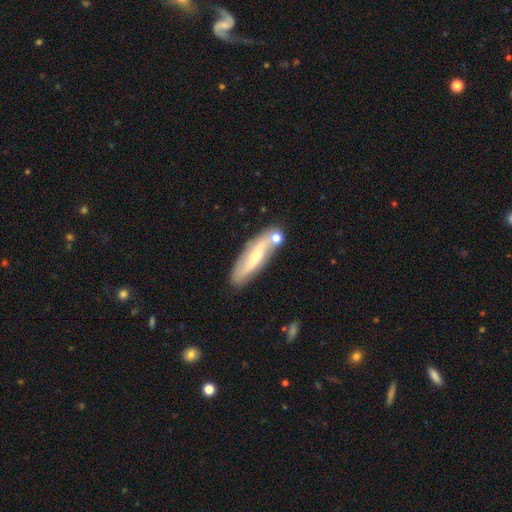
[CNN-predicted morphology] This is likely a featured or disk galaxy (63%). It is likely not viewed edge-on (63%). Merging: likely none (72%).